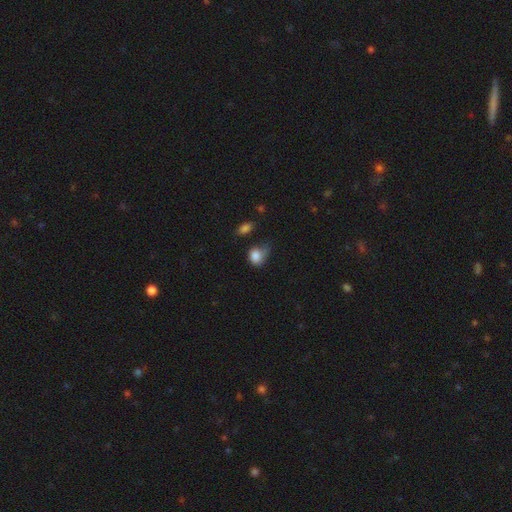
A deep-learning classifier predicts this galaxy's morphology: A smooth galaxy with no disk features (83%) that is round (51%). Merging: minor disturbance (38%).